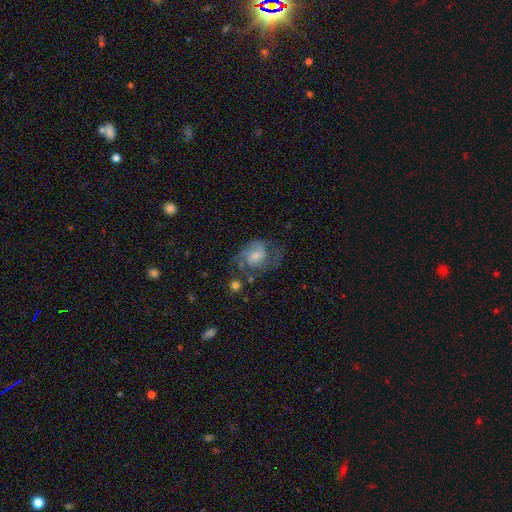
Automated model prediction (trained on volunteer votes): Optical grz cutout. It shows a featured or disk galaxy (63%) with no bar (51%), 2 (58%) medium (49%) spiral arms (83%) and a small central bulge (43%). Merging: none (50%).